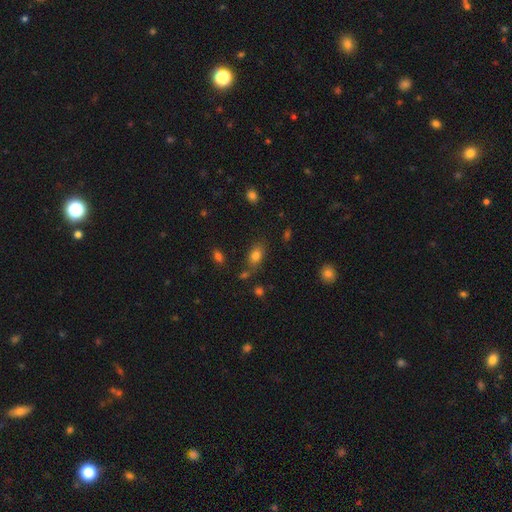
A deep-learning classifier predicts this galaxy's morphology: The model was most divided on "merging": none: 70%, minor disturbance: 16%, merger: 8%, major disturbance: 5%. More confident: how rounded — in between (83%); smooth or featured — smooth (79%).